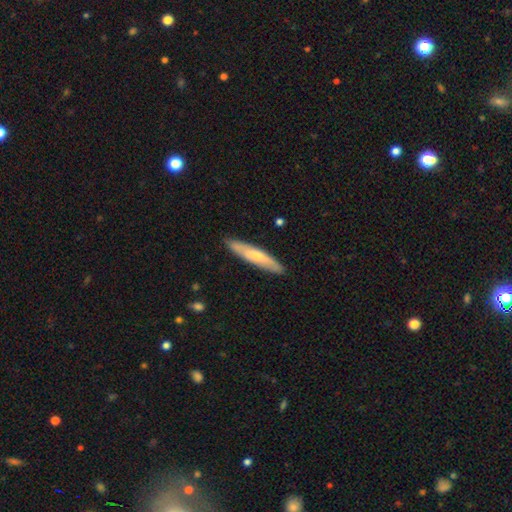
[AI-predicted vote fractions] smooth-or-featured: smooth: 58% | featured or disk: 36% | star or artifact: 5%
  how-rounded: cigar-shaped: 87% | in between: 11% | round: 1%
  merging: none: 88% | minor disturbance: 9% | major disturbance: 2% | merger: 1%